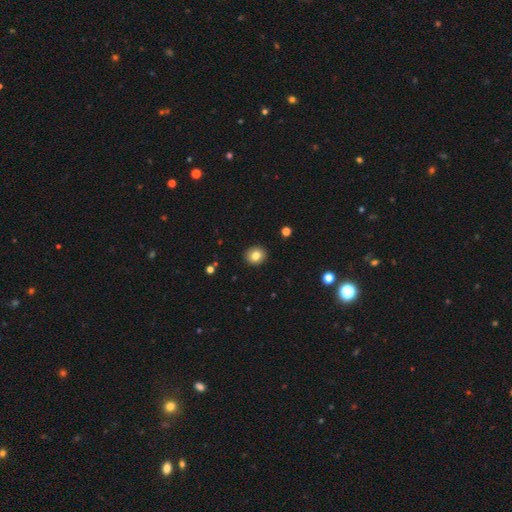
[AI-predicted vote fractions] Smooth or featured? smooth (82%)
How rounded? round (78%)
Merging? none (92%)